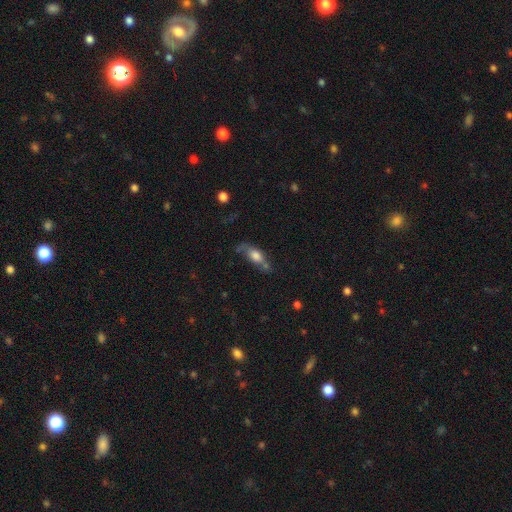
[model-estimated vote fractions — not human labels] Smooth or featured? smooth (61%)
How rounded? in between (71%)
Merging? none (46%)